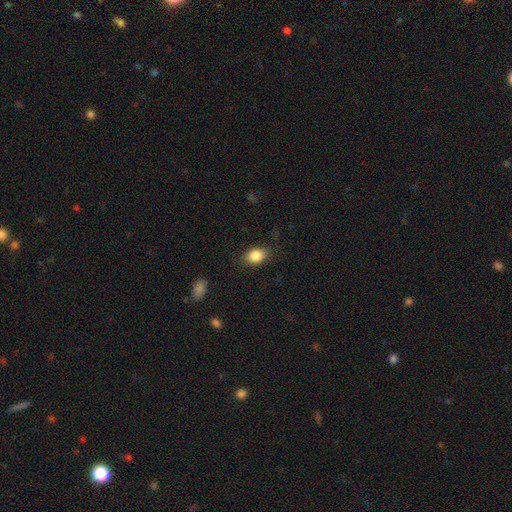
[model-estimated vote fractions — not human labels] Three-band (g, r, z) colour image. It shows a smooth galaxy with no disk features (85%) that is in between round and cigar-shaped (74%). Merging: none (80%).